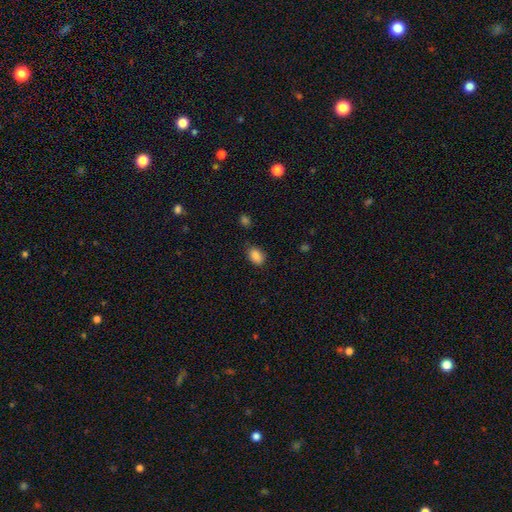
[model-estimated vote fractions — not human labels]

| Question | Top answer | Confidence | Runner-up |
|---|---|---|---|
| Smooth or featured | smooth | 86% | star or artifact (9%) |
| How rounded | in between | 81% | round (18%) |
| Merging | none | 76% | minor disturbance (18%) |